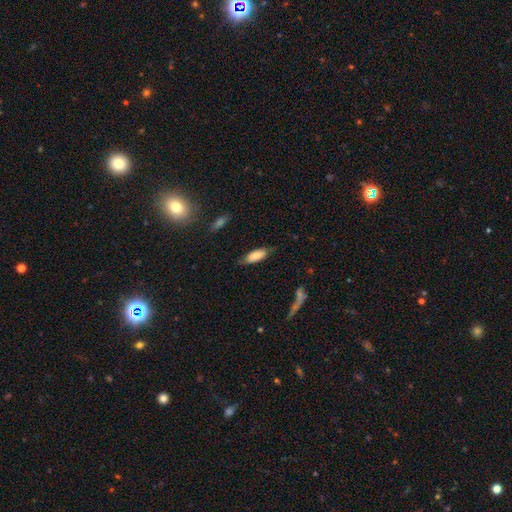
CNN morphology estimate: Smooth or featured? Predicted: smooth (p=0.80). How rounded? Predicted: in between (p=0.70). Merging? Predicted: none (p=0.72).